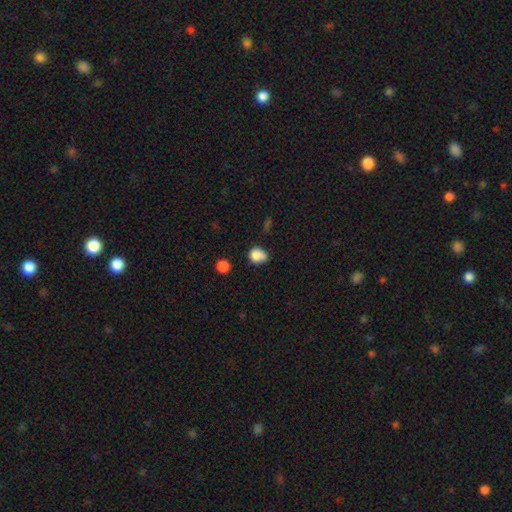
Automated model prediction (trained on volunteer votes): Smooth or featured?
  - smooth: 81% *
  - star or artifact: 10%
  - featured or disk: 9%
How rounded?
  - round: 66% *
  - in between: 33%
  - cigar-shaped: 1%
Merging?
  - none: 46% *
  - minor disturbance: 32%
  - merger: 12%
  - major disturbance: 11%